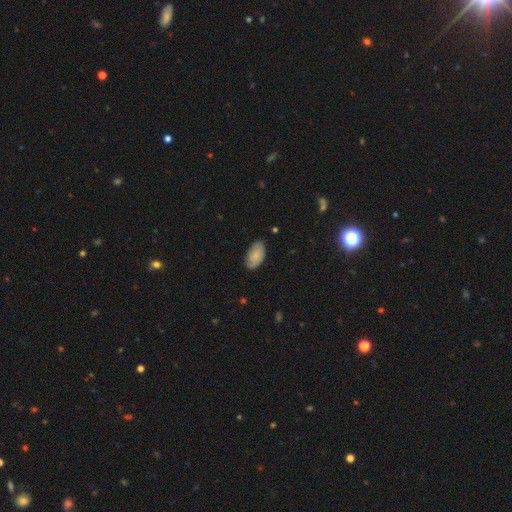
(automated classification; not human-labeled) A smooth galaxy with no disk features (73%) that is in between round and cigar-shaped (94%).

Vote fractions:
- Smooth or featured? smooth: 73% / featured or disk: 20% / star or artifact: 7%
- How rounded? in between: 94% / round: 4% / cigar-shaped: 2%
- Merging? none: 76% / minor disturbance: 19% / major disturbance: 3% / merger: 1%